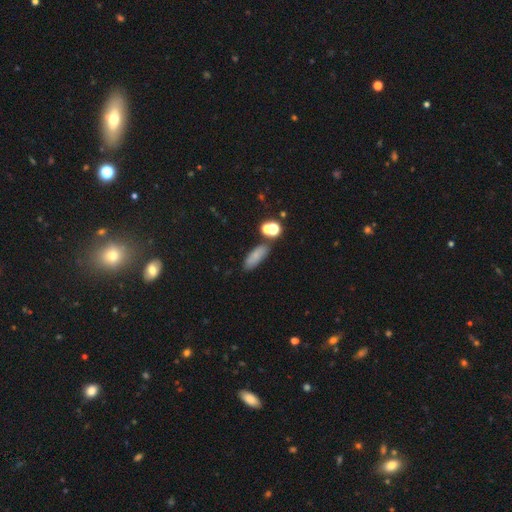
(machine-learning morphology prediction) smooth_or_featured: smooth (p=0.74) [alt: star or artifact p=0.14]
how_rounded: in between (p=0.59) [alt: cigar-shaped p=0.35]
merging: none (p=0.69) [alt: minor disturbance p=0.14]